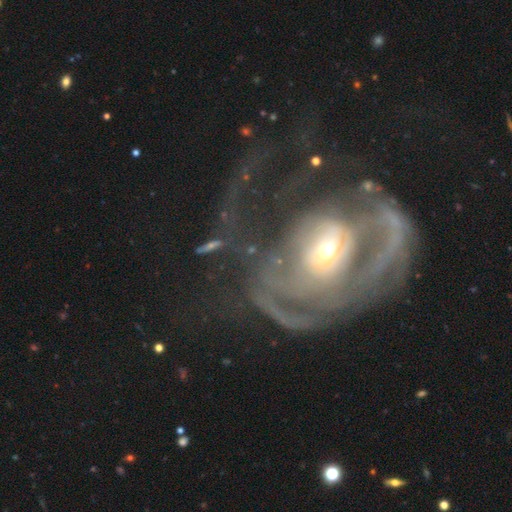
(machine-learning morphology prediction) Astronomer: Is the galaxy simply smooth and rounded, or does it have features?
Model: featured or disk — 81%.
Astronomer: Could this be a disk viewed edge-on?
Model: no — 96%.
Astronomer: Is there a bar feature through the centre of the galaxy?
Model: no — 66%.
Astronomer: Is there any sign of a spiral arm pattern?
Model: yes — 72%.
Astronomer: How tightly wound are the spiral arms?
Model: tight — 46% (runner-up: medium, 33%).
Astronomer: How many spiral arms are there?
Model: can't tell — 41% (runner-up: 2, 27%).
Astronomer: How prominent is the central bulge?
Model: small — 57% (runner-up: moderate, 35%).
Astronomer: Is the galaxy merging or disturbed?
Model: major disturbance — 51% (runner-up: none, 30%).